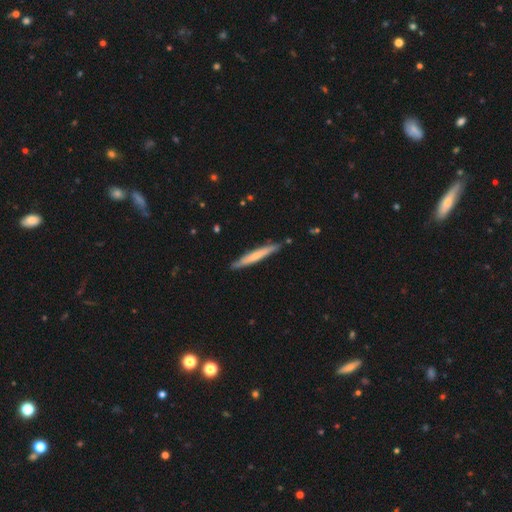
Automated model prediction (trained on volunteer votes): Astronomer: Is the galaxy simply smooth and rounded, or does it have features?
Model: smooth — 54% (runner-up: featured or disk, 41%).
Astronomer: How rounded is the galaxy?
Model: cigar-shaped — 95%.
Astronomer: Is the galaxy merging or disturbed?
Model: none — 85%.